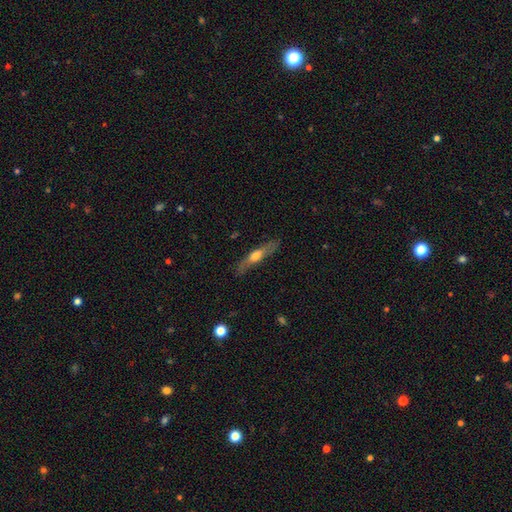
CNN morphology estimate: smooth-or-featured: featured or disk: 52% | smooth: 42% | star or artifact: 6%
  disk-edge-on: yes: 86% | no: 14%
  merging: none: 82% | minor disturbance: 13% | major disturbance: 3% | merger: 1%